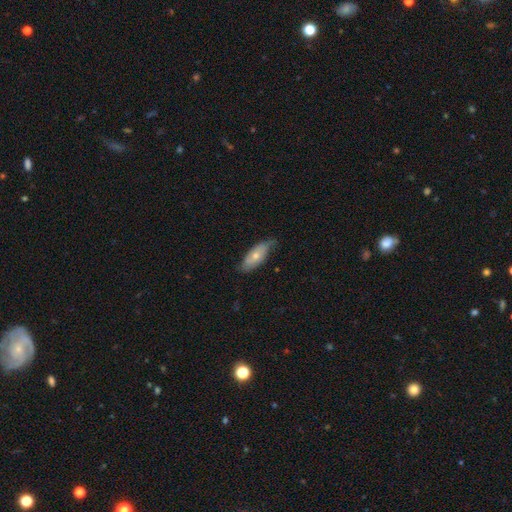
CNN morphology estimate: A smooth galaxy with no disk features (59%) that is in between round and cigar-shaped (78%).

Vote fractions:
- Smooth or featured? smooth: 59% / featured or disk: 35% / star or artifact: 6%
- How rounded? in between: 78% / cigar-shaped: 20% / round: 3%
- Merging? none: 62% / minor disturbance: 31% / major disturbance: 6% / merger: 1%